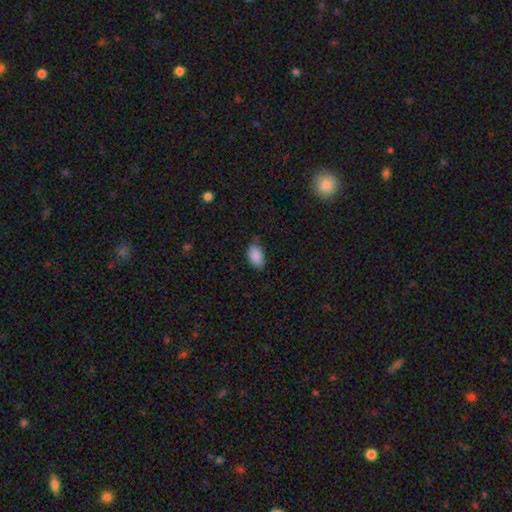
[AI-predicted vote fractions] smooth_or_featured: smooth (p=0.89) [alt: star or artifact p=0.07]
how_rounded: in between (p=0.93) [alt: round p=0.06]
merging: none (p=0.74) [alt: minor disturbance p=0.21]